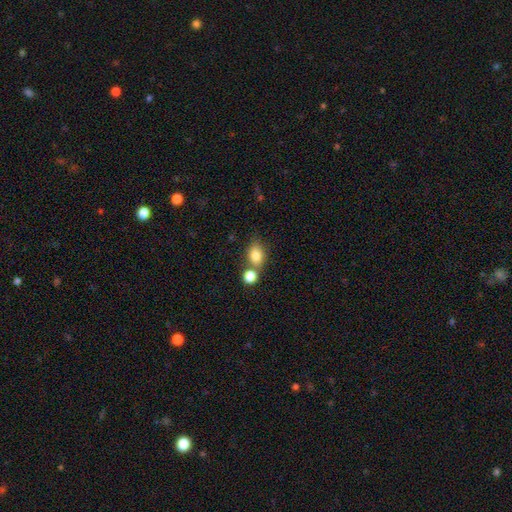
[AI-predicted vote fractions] Q: Smooth or featured?
A: smooth (81%); runner-up: star or artifact (10%)
Q: How rounded?
A: in between (62%); runner-up: round (36%)
Q: Merging?
A: none (48%); runner-up: merger (36%)